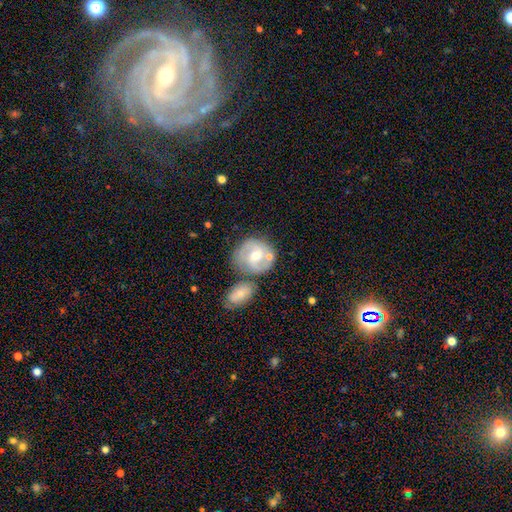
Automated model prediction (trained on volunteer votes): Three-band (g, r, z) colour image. It shows a featured or disk galaxy (63%) with a weak bar (44%), spiral arms (81%) and a moderate central bulge (58%). Merging: none (53%).